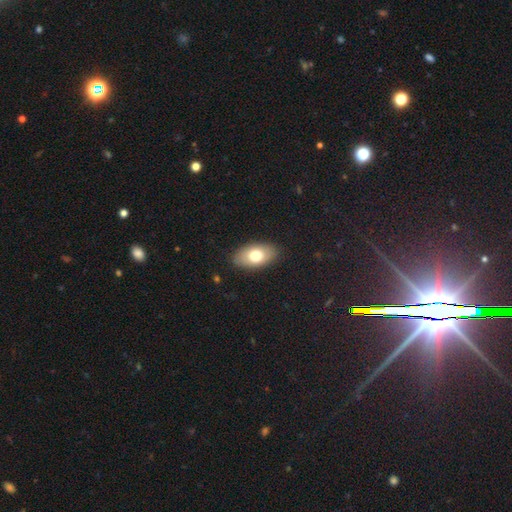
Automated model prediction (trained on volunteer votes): smooth_or_featured: smooth (p=0.73) [alt: featured or disk p=0.20]
how_rounded: in between (p=0.92) [alt: round p=0.05]
merging: none (p=0.87) [alt: minor disturbance p=0.10]